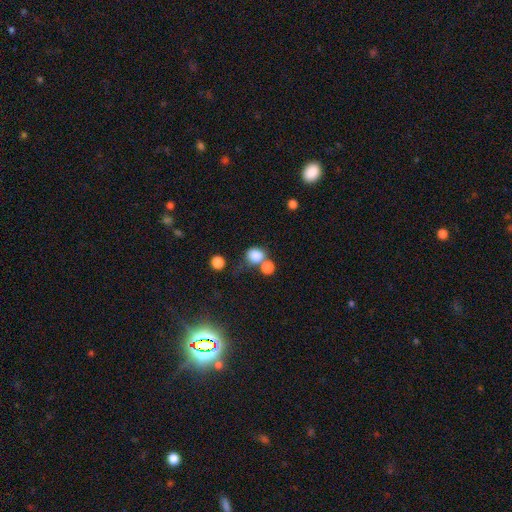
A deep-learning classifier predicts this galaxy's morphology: This appears to be a smooth galaxy with no disk features (81%) that is round (74%). Merging: none (45%).